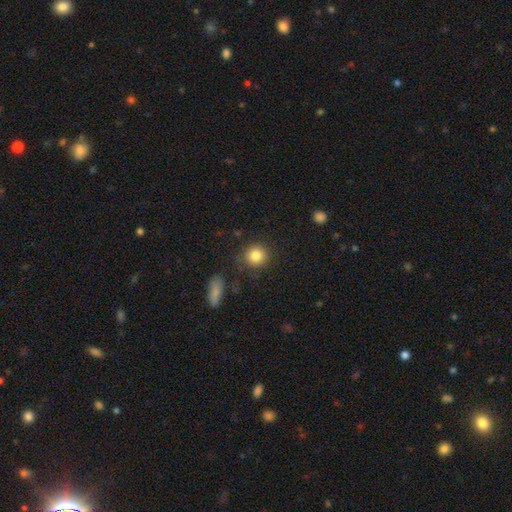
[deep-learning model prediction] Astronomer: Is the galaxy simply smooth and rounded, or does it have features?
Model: smooth — 85%.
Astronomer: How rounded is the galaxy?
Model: round — 89%.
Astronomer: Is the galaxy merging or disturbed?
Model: none — 85%.